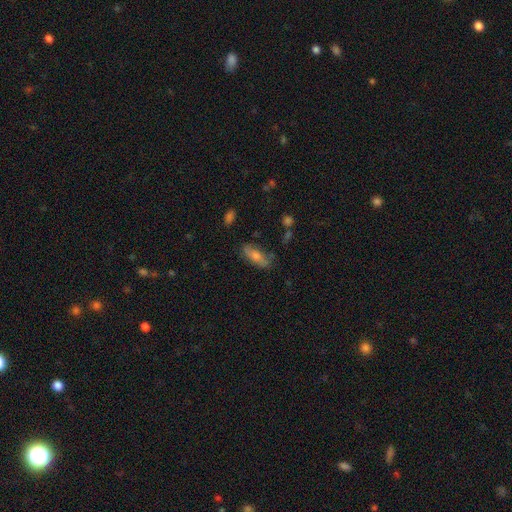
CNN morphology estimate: Q: Smooth or featured?
A: smooth (60%); runner-up: featured or disk (29%)
Q: How rounded?
A: in between (66%); runner-up: cigar-shaped (31%)
Q: Merging?
A: none (73%); runner-up: minor disturbance (19%)